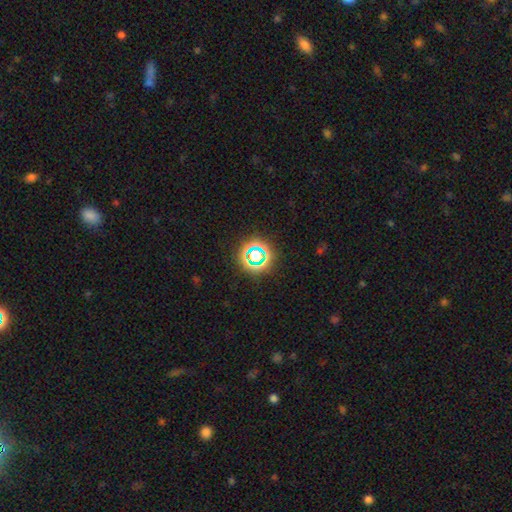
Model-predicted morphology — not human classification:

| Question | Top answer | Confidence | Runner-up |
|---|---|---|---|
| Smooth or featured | star or artifact | 65% | smooth (23%) |